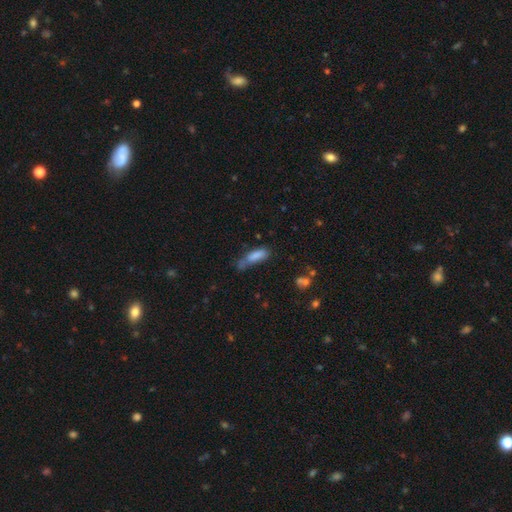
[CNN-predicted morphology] Smooth or featured? Predicted: smooth (p=0.80). How rounded? Predicted: in between (p=0.51). Merging? Predicted: none (p=0.38).